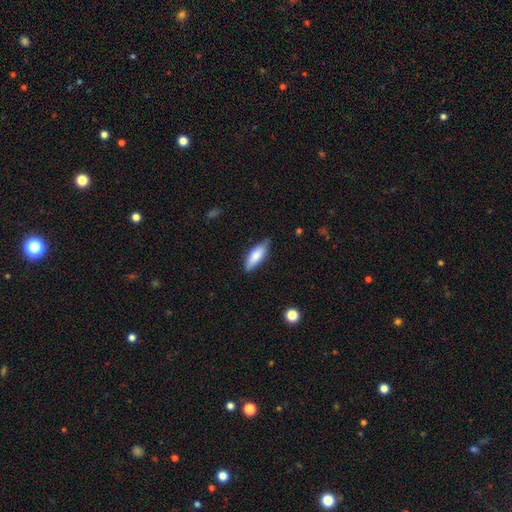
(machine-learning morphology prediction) smooth_or_featured: smooth (p=0.75) [alt: featured or disk p=0.19]
how_rounded: in between (p=0.61) [alt: cigar-shaped p=0.37]
merging: none (p=0.75) [alt: minor disturbance p=0.20]